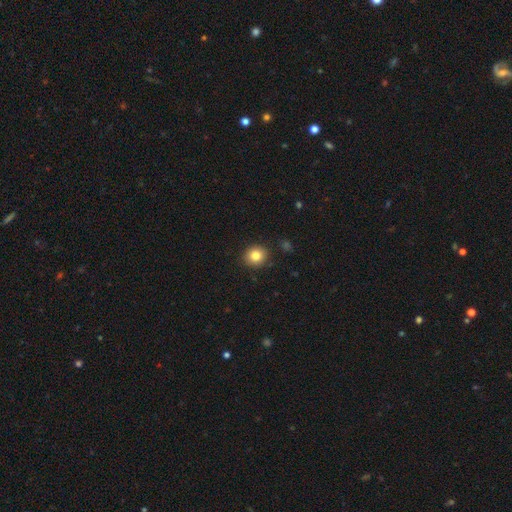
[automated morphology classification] This appears to be a smooth galaxy with no disk features (83%) that is round (83%). Merging: none (89%).